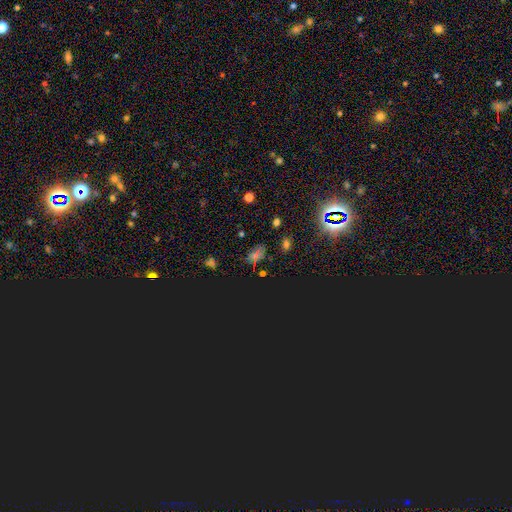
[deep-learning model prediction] Q: Smooth or featured?
A: star or artifact (60%); runner-up: smooth (30%)